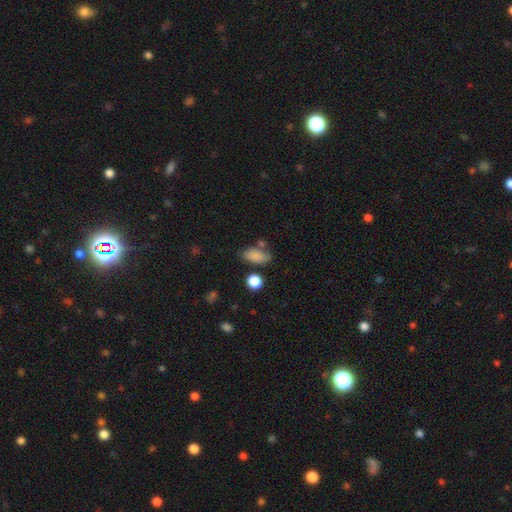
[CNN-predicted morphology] smooth_or_featured: smooth (p=0.84) [alt: star or artifact p=0.09]
how_rounded: in between (p=0.87) [alt: round p=0.07]
merging: none (p=0.66) [alt: minor disturbance p=0.18]